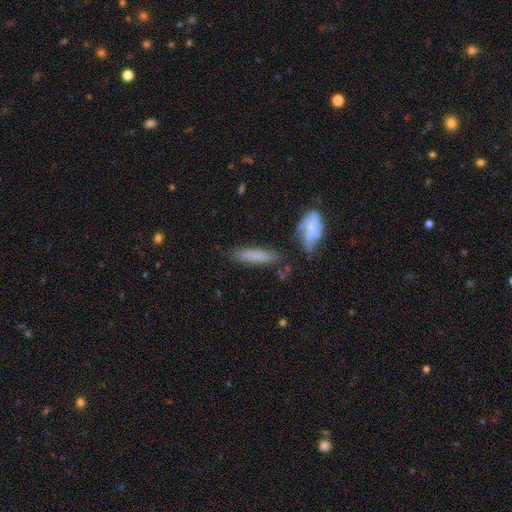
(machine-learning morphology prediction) The model was most divided on "merging": none: 67%, minor disturbance: 17%, merger: 10%, major disturbance: 6%. More confident: how rounded — cigar-shaped (76%); smooth or featured — smooth (74%).